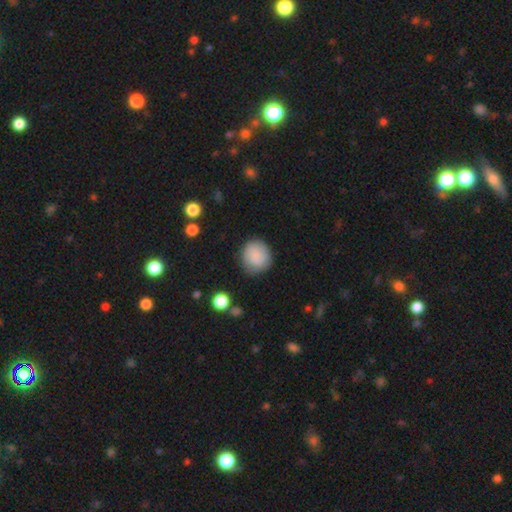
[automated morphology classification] smooth-or-featured: smooth: 82% | featured or disk: 10% | star or artifact: 7%
  how-rounded: round: 86% | in between: 14% | cigar-shaped: 1%
  merging: none: 78% | minor disturbance: 16% | major disturbance: 4% | merger: 2%